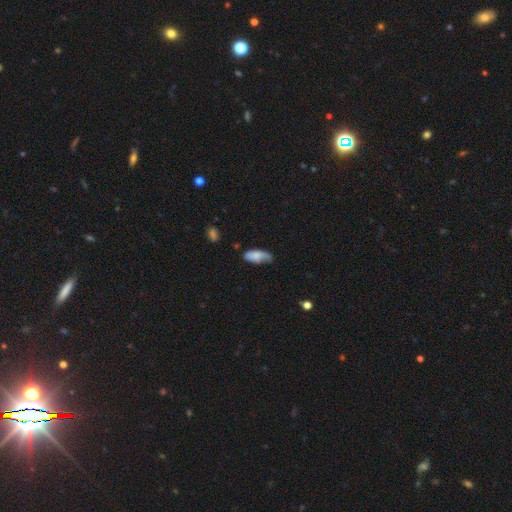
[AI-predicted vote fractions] Smooth or featured?
  - smooth: 73% *
  - featured or disk: 20%
  - star or artifact: 7%
How rounded?
  - in between: 83% *
  - cigar-shaped: 15%
  - round: 2%
Merging?
  - none: 47% *
  - minor disturbance: 37%
  - major disturbance: 13%
  - merger: 3%